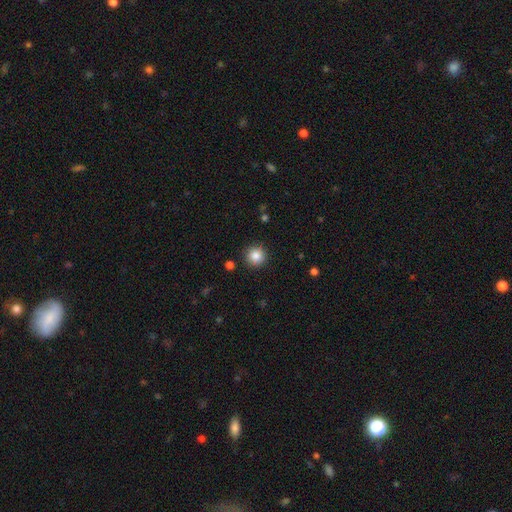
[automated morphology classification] Smooth or featured?
  - smooth: 85% *
  - star or artifact: 10%
  - featured or disk: 5%
How rounded?
  - round: 95% *
  - in between: 4%
  - cigar-shaped: 1%
Merging?
  - none: 91% *
  - minor disturbance: 6%
  - major disturbance: 2%
  - merger: 1%